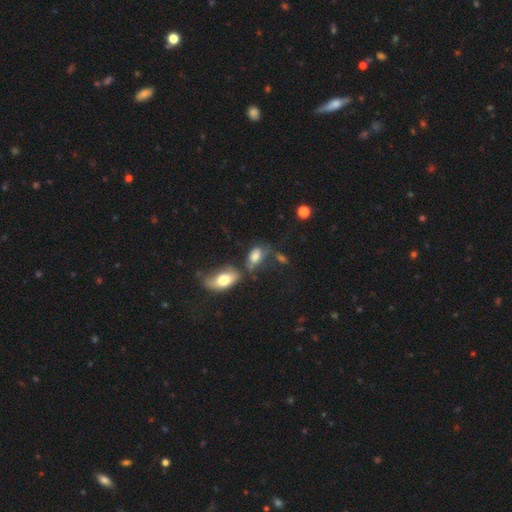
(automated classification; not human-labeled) Q: Smooth or featured?
A: smooth (71%); runner-up: featured or disk (17%)
Q: How rounded?
A: in between (90%); runner-up: round (6%)
Q: Merging?
A: none (35%); runner-up: merger (27%)